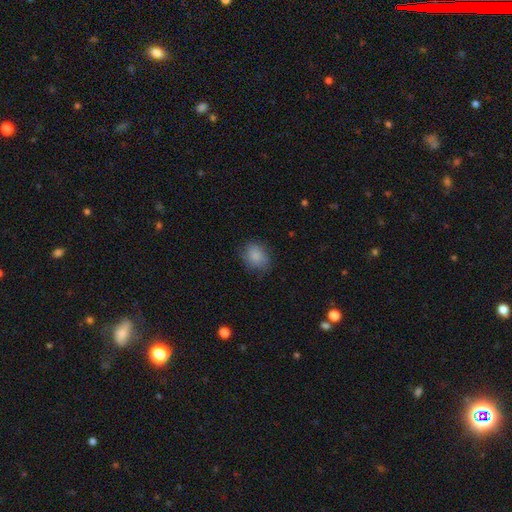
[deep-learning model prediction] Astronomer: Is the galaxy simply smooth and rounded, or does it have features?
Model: smooth — 85%.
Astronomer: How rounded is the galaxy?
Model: in between — 56% (runner-up: round, 43%).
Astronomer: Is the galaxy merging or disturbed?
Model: none — 76%.